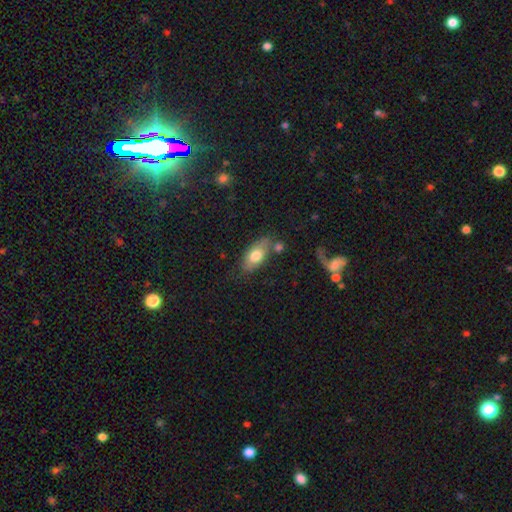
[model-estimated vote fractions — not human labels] A smooth galaxy with no disk features (72%) that is in between round and cigar-shaped (87%). Merging: none (67%).